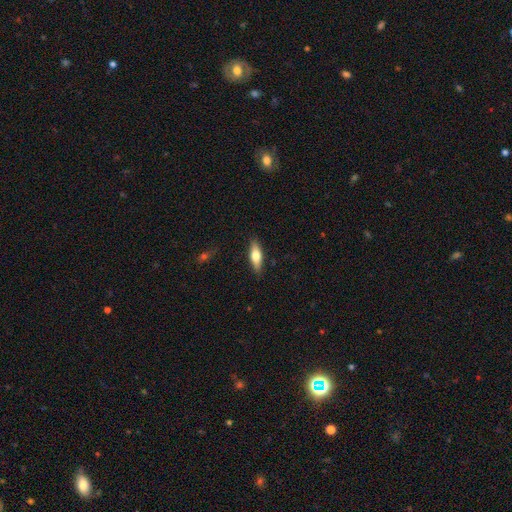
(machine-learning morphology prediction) Smooth or featured? smooth (61%)
How rounded? in between (55%)
Merging? none (87%)